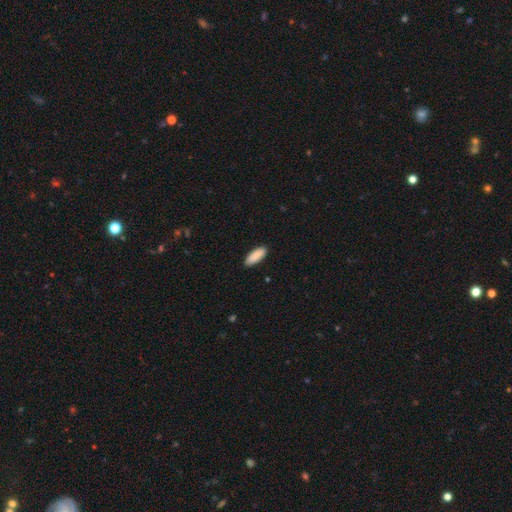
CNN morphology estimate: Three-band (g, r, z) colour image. It shows a smooth galaxy with no disk features (91%) that is in between round and cigar-shaped (72%). Merging: none (88%).